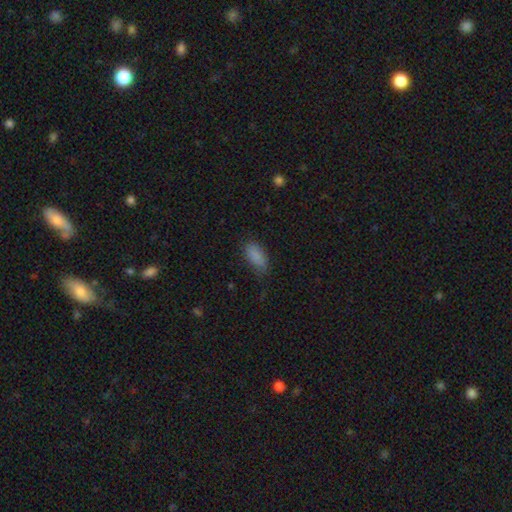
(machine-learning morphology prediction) Smooth or featured: smooth — 87% (star or artifact — 8%)
How rounded: in between — 88% (cigar-shaped — 9%)
Merging: none — 73% (minor disturbance — 21%)